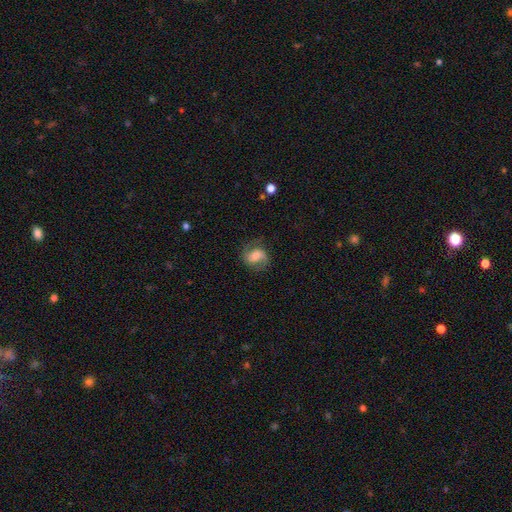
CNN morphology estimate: Q: Smooth or featured?
A: featured or disk (73%); runner-up: smooth (19%)
Q: Edge-on disk?
A: no (97%); runner-up: yes (3%)
Q: Bar?
A: weak (42%); tied with: no (42%)
Q: Spiral arms?
A: yes (94%); runner-up: no (6%)
Q: Spiral winding?
A: medium (49%); runner-up: loose (31%)
Q: Spiral arm count?
A: 2 (90%); runner-up: can't tell (4%)
Q: Bulge size?
A: moderate (53%); runner-up: small (31%)
Q: Merging?
A: none (76%); runner-up: minor disturbance (16%)